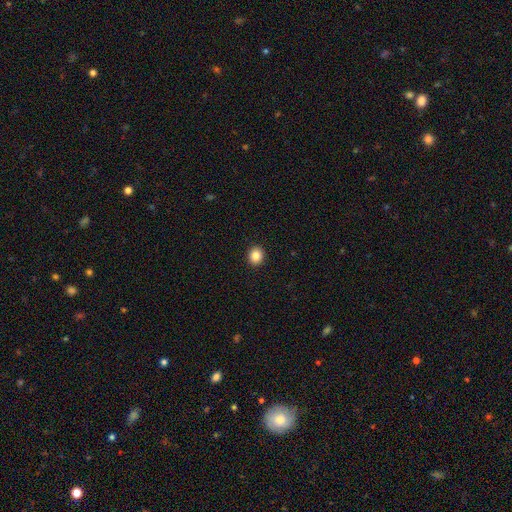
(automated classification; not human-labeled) Q: Smooth or featured?
A: smooth (86%); runner-up: star or artifact (10%)
Q: How rounded?
A: round (77%); runner-up: in between (22%)
Q: Merging?
A: none (93%); runner-up: minor disturbance (5%)